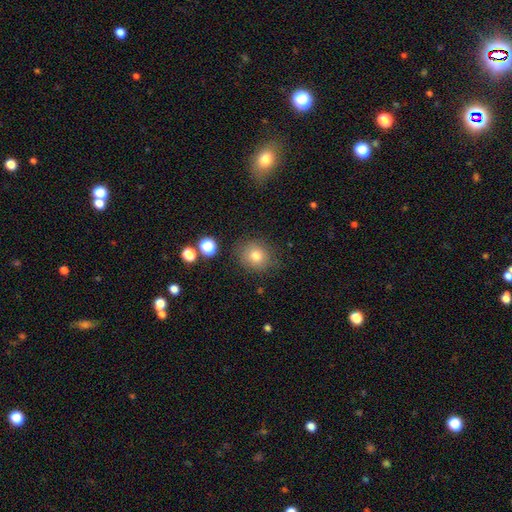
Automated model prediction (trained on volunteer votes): Smooth or featured?
  - smooth: 79% *
  - star or artifact: 12%
  - featured or disk: 9%
How rounded?
  - round: 81% *
  - in between: 18%
  - cigar-shaped: 1%
Merging?
  - none: 82% *
  - minor disturbance: 12%
  - major disturbance: 4%
  - merger: 2%